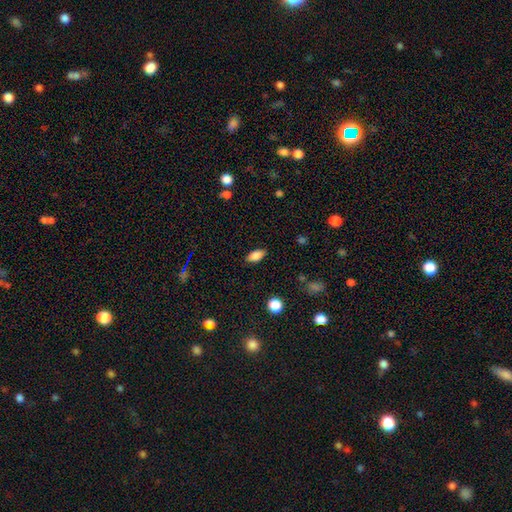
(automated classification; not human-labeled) Smooth or featured?
  - smooth: 84% *
  - star or artifact: 8%
  - featured or disk: 8%
How rounded?
  - in between: 89% *
  - cigar-shaped: 7%
  - round: 4%
Merging?
  - none: 86% *
  - minor disturbance: 10%
  - major disturbance: 3%
  - merger: 1%